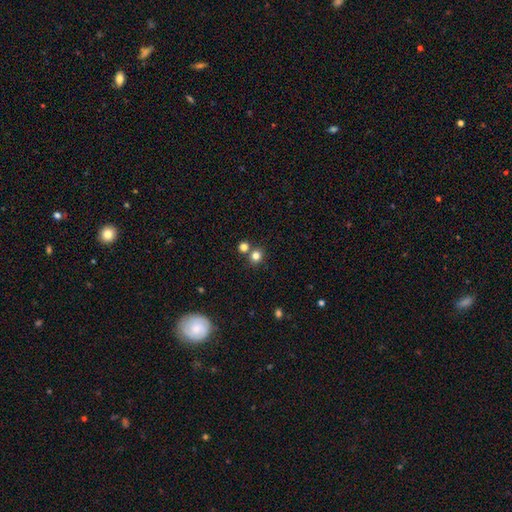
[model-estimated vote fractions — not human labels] This appears to be a smooth galaxy with no disk features (80%) that is round (85%). Merging: none (69%).